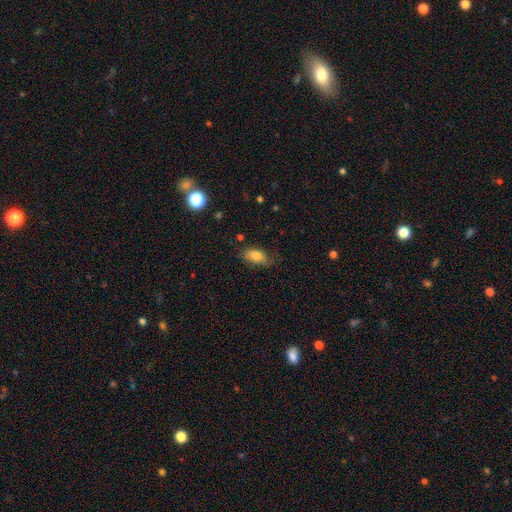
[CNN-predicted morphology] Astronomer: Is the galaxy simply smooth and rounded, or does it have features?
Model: smooth — 80%.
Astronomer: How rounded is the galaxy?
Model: in between — 89%.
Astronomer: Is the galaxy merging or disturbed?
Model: none — 67%.